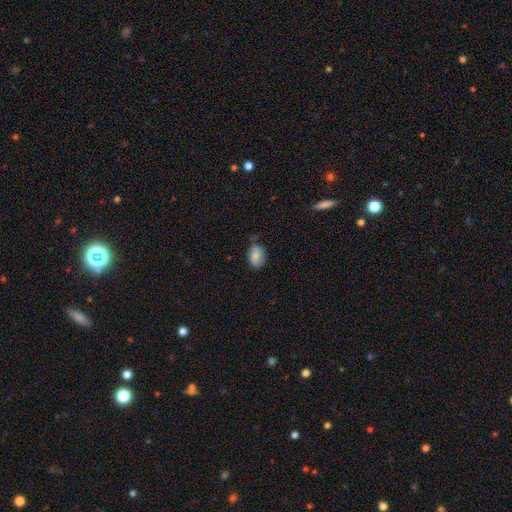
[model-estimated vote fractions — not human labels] This appears to be a smooth galaxy with no disk features (83%) that is in between round and cigar-shaped (80%). Merging: none (65%).